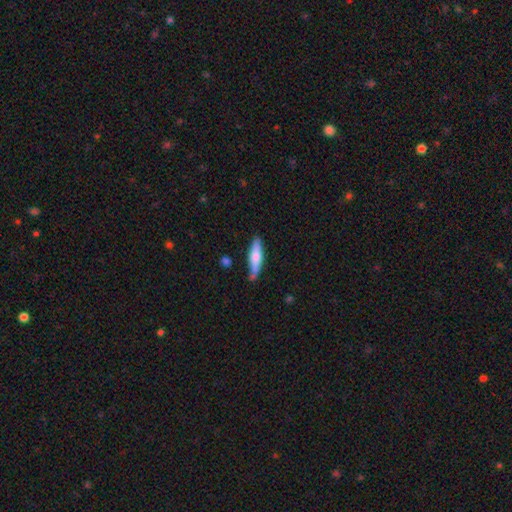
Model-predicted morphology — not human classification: Overall: smooth (64%; featured or disk 31%). How rounded: cigar-shaped (72%). Merging: none (71%).